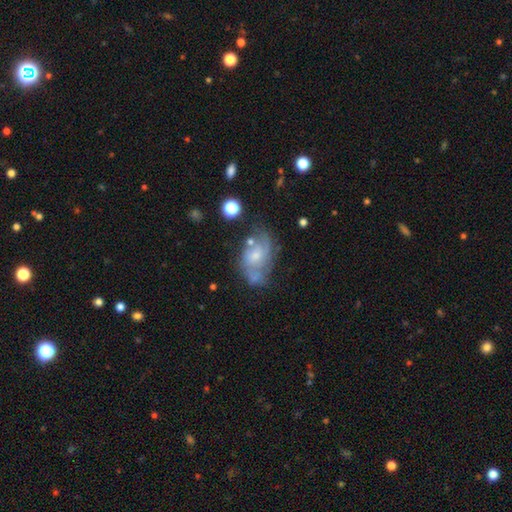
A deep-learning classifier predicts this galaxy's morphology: A featured or disk galaxy (62%) with no bar (71%), spiral arms (73%) and a small central bulge (45%).

Vote fractions:
- Smooth or featured? featured or disk: 62% / smooth: 29% / star or artifact: 10%
- Edge-on disk? no: 96% / yes: 4%
- Bar? no: 71% / weak: 26% / strong: 4%
- Spiral arms? yes: 73% / no: 27%
- Bulge size? small: 45% / moderate: 38% / none: 10% / large: 5% / dominant: 2%
- Merging? none: 42% / minor disturbance: 25% / major disturbance: 19% / merger: 14%